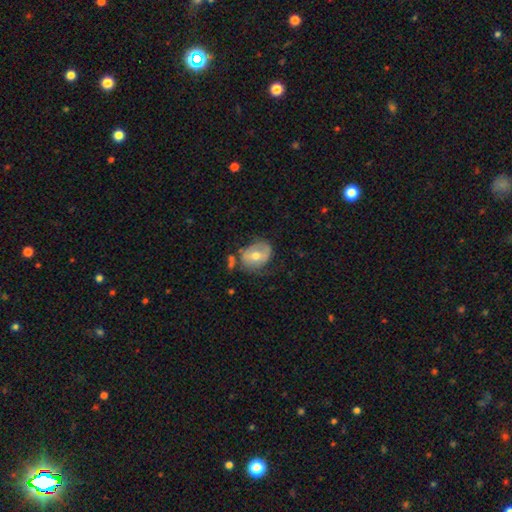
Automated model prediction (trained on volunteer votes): Q: Smooth or featured?
A: smooth (48%); runner-up: featured or disk (45%)
Q: Merging?
A: none (52%); runner-up: minor disturbance (29%)